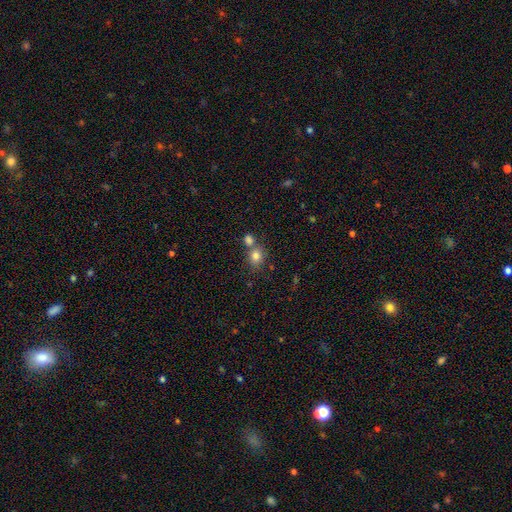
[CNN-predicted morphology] Overall: smooth (81%). How rounded: round (64%; in between 35%). Merging: none (51%; merger 36%).